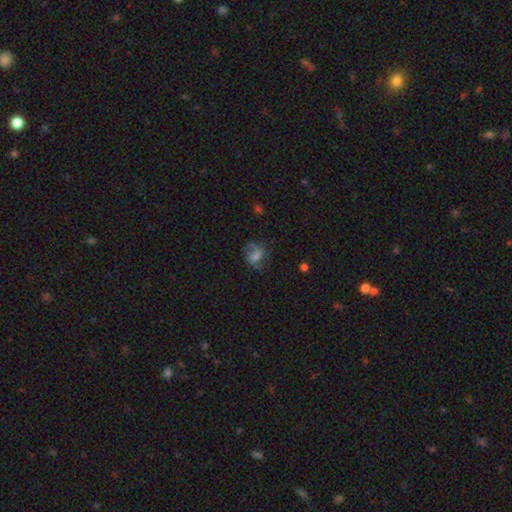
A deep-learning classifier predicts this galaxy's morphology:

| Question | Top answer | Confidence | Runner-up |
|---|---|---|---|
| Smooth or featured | featured or disk | 45% | smooth (40%) |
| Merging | none | 56% | minor disturbance (22%) |